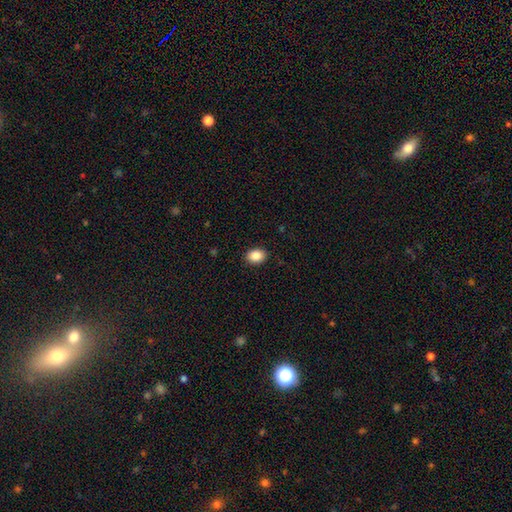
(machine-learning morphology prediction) Overall: smooth (89%). How rounded: in between (75%). Merging: none (90%).